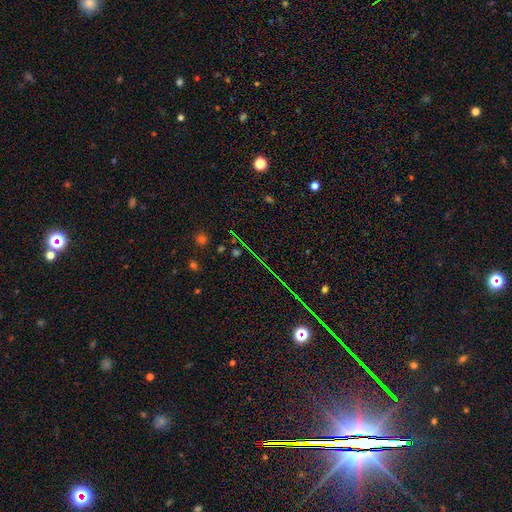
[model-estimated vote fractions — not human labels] Smooth or featured: star or artifact — 83% (featured or disk — 9%)